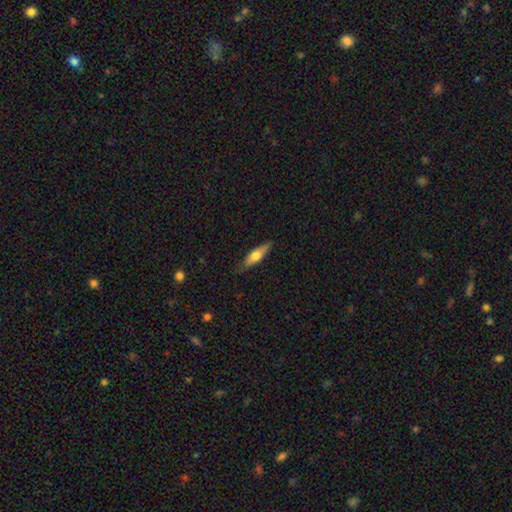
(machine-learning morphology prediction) This is possibly a smooth galaxy (55%). How rounded: possibly cigar-shaped (59%). Merging: clearly none (83%).